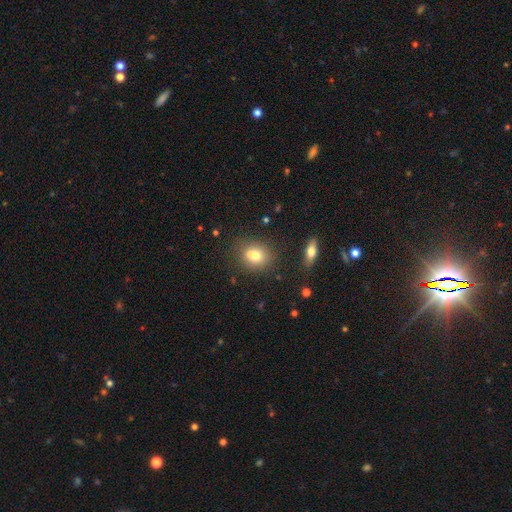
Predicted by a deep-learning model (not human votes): A smooth galaxy with no disk features (68%) that is round (68%). Merging: merger (46%).